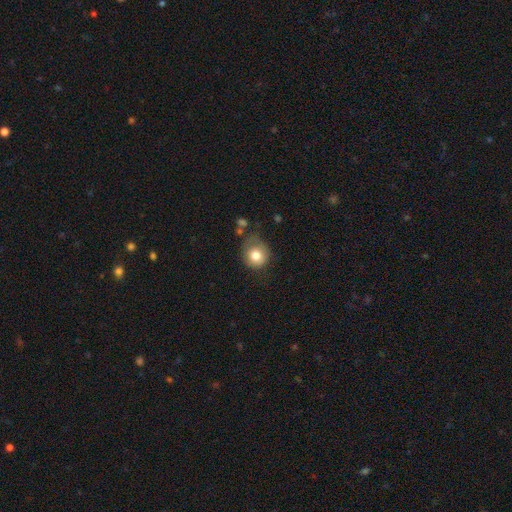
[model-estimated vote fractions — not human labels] smooth_or_featured: smooth (p=0.79) [alt: featured or disk p=0.12]
how_rounded: round (p=0.84) [alt: in between p=0.15]
merging: none (p=0.58) [alt: minor disturbance p=0.26]